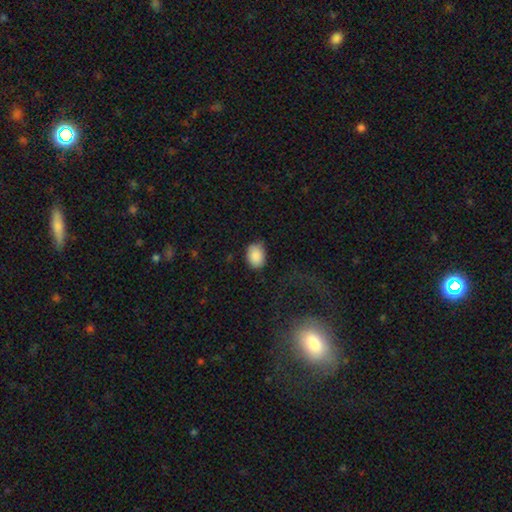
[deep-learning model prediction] Q: Smooth or featured?
A: smooth (87%); runner-up: star or artifact (8%)
Q: How rounded?
A: in between (70%); runner-up: round (29%)
Q: Merging?
A: none (69%); runner-up: minor disturbance (24%)